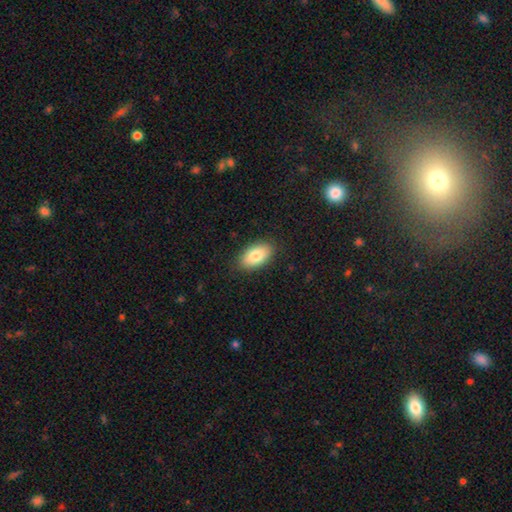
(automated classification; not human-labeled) Smooth or featured: smooth — 82% (featured or disk — 11%)
How rounded: in between — 93% (round — 4%)
Merging: none — 87% (minor disturbance — 9%)